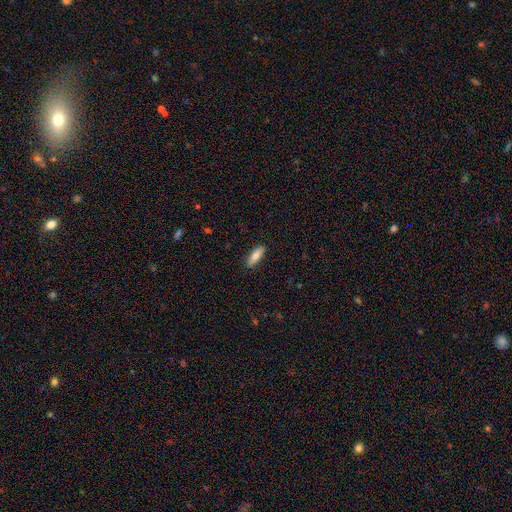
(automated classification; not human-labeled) Smooth or featured? Predicted: smooth (p=0.79). How rounded? Predicted: in between (p=0.55). Merging? Predicted: none (p=0.89).